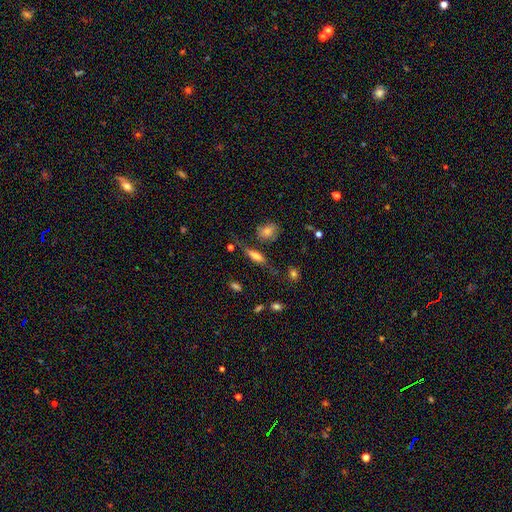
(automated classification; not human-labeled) Smooth or featured? smooth (54%)
How rounded? cigar-shaped (53%)
Merging? none (65%)